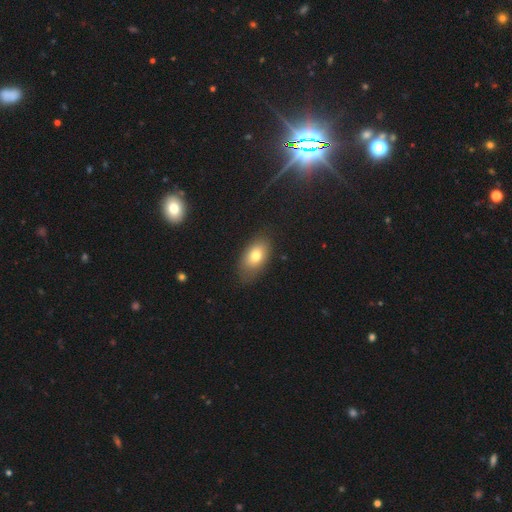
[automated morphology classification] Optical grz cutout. It shows a smooth galaxy with no disk features (77%) that is in between round and cigar-shaped (90%). Merging: none (79%).